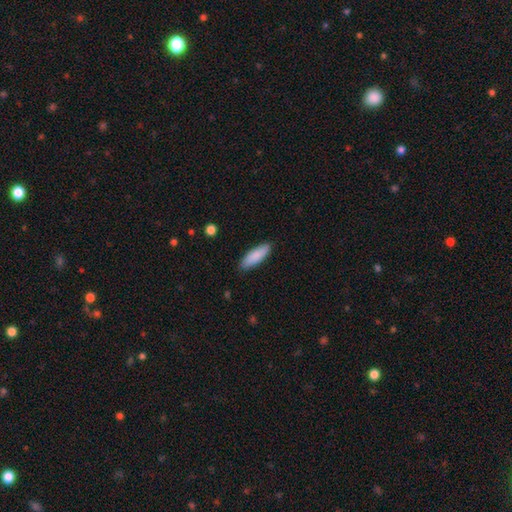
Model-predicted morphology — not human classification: smooth 87%, featured or disk 7%, star or artifact 6%. Down the decision tree: how rounded — in between (55%); merging — none (87%).